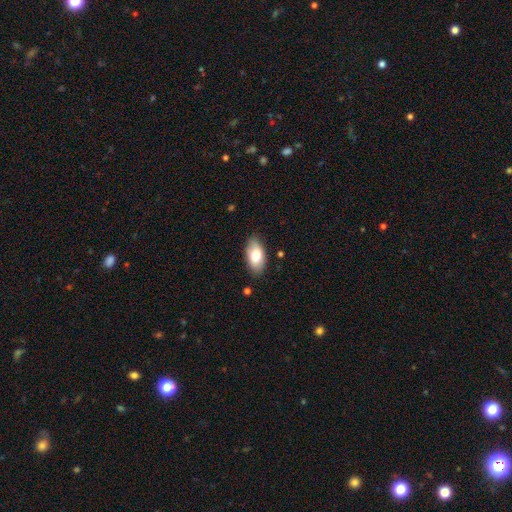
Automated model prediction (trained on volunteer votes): Morphology: type=smooth (76%); roundness=in between (93%); merging=none (85%).